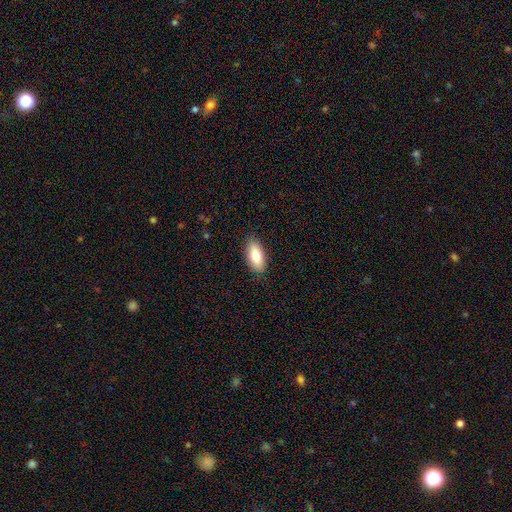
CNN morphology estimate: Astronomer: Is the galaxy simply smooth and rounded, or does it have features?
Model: smooth — 84%.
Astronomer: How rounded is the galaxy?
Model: in between — 86%.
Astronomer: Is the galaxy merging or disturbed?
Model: none — 87%.